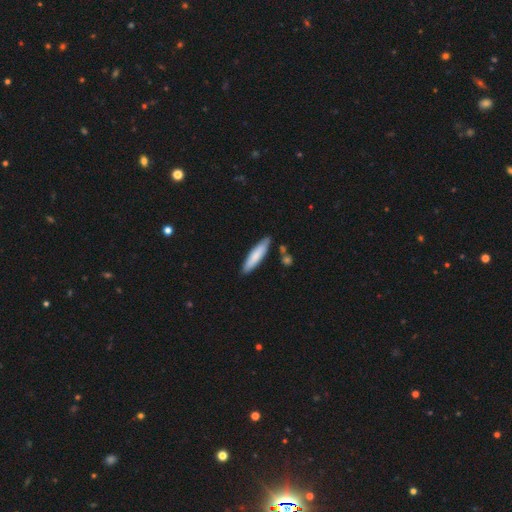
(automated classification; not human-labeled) Q: Smooth or featured?
A: smooth (79%); runner-up: featured or disk (16%)
Q: How rounded?
A: cigar-shaped (81%); runner-up: in between (18%)
Q: Merging?
A: none (86%); runner-up: minor disturbance (10%)